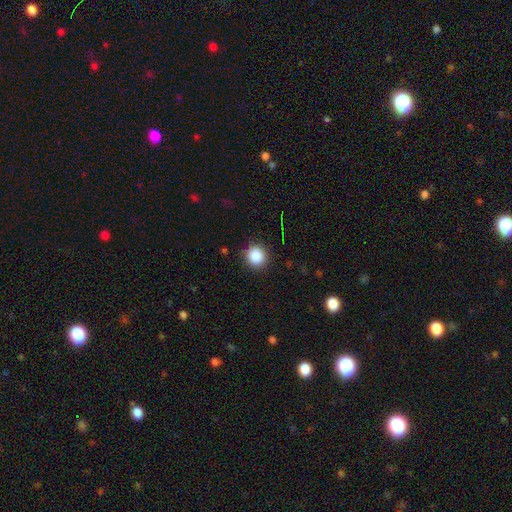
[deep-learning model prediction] Smooth or featured? Predicted: smooth (p=0.88). How rounded? Predicted: round (p=0.91). Merging? Predicted: none (p=0.90).